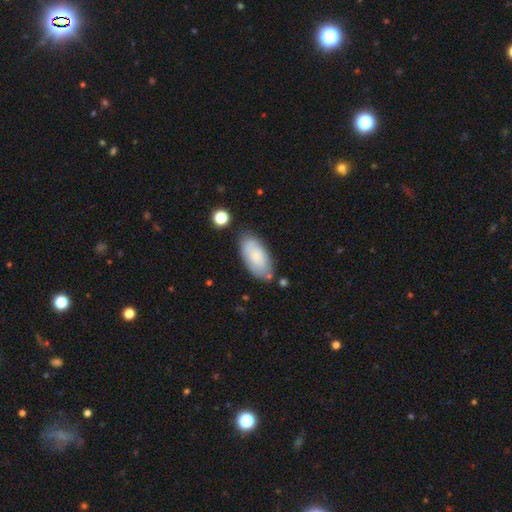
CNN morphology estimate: Q: Smooth or featured?
A: smooth (73%); runner-up: featured or disk (21%)
Q: How rounded?
A: in between (92%); runner-up: cigar-shaped (6%)
Q: Merging?
A: none (73%); runner-up: minor disturbance (18%)